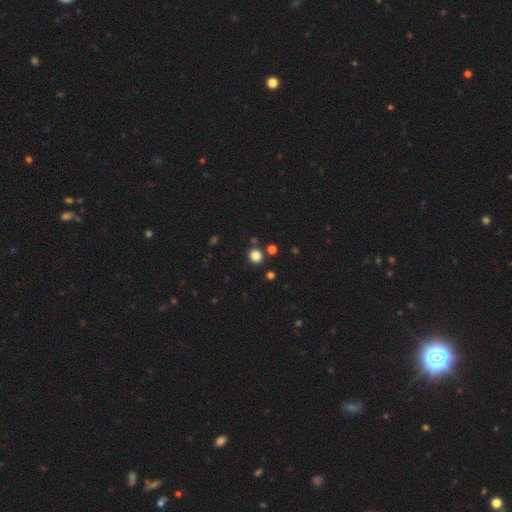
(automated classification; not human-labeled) smooth 83%, star or artifact 13%, featured or disk 4%. Down the decision tree: how rounded — round (81%); merging — none (84%).